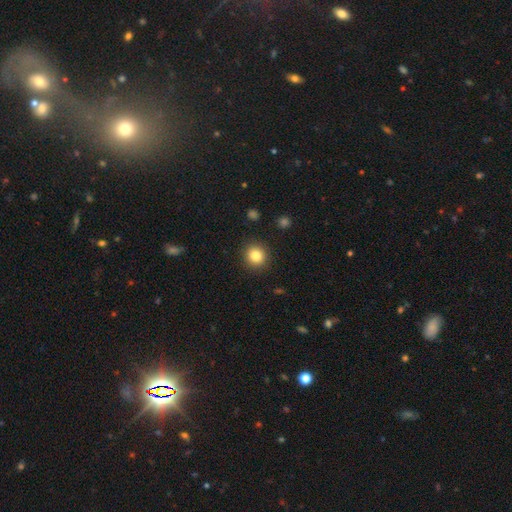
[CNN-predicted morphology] A smooth galaxy with no disk features (84%) that is round (90%). Merging: none (91%).